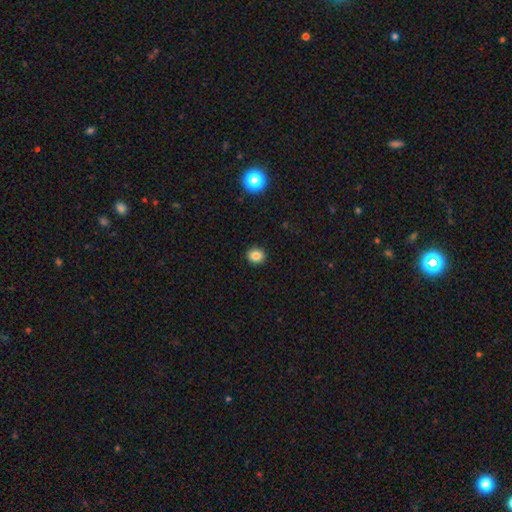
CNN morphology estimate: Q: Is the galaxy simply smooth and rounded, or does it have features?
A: smooth — 83%.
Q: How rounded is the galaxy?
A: round — 76%.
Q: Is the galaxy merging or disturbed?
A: none — 92%.